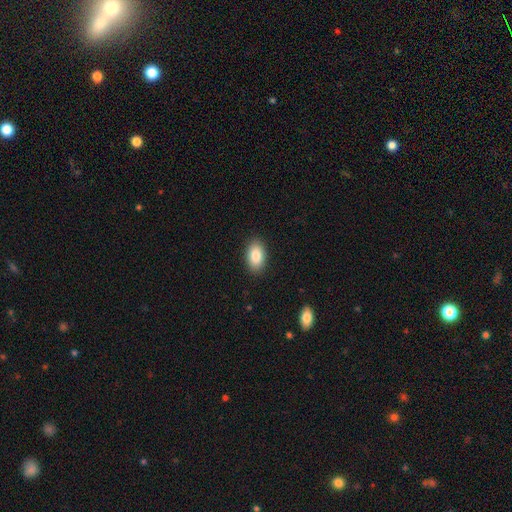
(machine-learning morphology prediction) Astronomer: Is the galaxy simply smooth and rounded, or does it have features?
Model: smooth — 86%.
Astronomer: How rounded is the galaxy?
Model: in between — 92%.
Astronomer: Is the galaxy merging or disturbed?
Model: none — 89%.